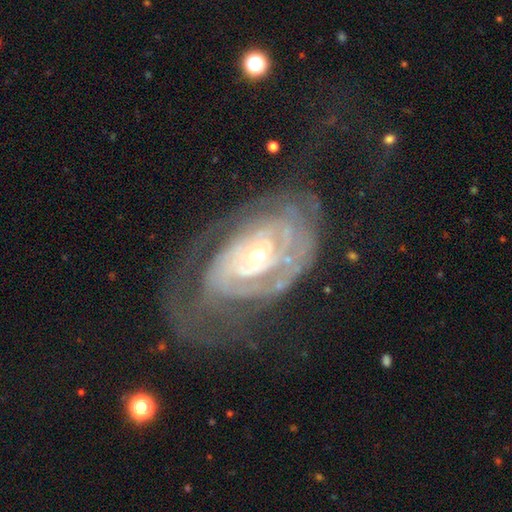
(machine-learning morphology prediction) featured or disk 86%, smooth 7%, star or artifact 6%. Down the decision tree: edge-on disk — no (95%); bar — no (71%); spiral arms — yes (92%); spiral arm count — can't tell (41%); spiral winding — tight (73%); bulge size — small (58%); merging — none (53%).